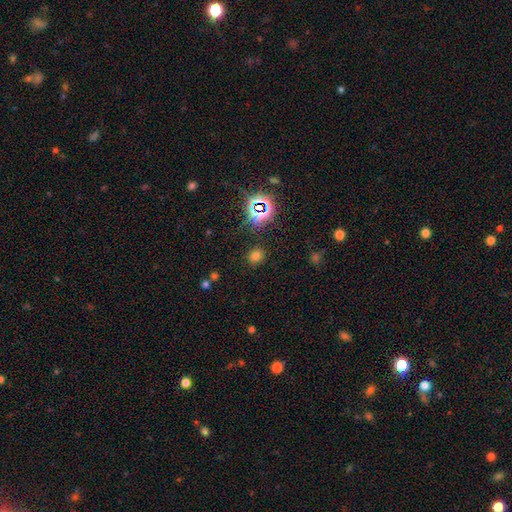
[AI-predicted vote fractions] smooth 66%, star or artifact 28%, featured or disk 6%. Down the decision tree: how rounded — round (80%); merging — none (86%).